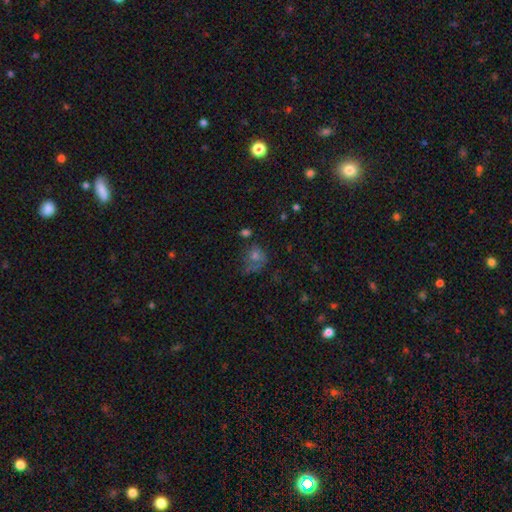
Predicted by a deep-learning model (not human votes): Morphology: type=smooth (47%); merging=none (41%).